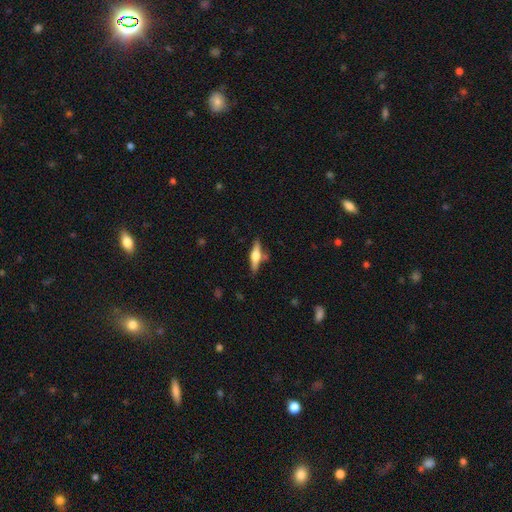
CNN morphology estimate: smooth-or-featured: featured or disk: 58% | smooth: 35% | star or artifact: 6%
  disk-edge-on: yes: 95% | no: 5%
    edge-on-bulge: rounded: 91% | boxy: 7% | none: 2%
  merging: none: 77% | minor disturbance: 13% | merger: 7% | major disturbance: 3%